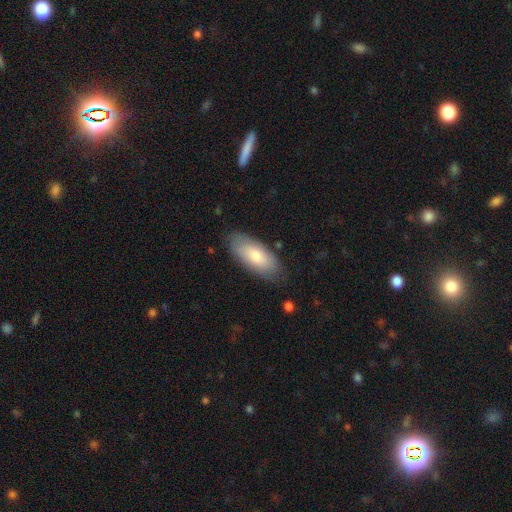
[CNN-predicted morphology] Q: Smooth or featured?
A: smooth (74%); runner-up: featured or disk (20%)
Q: How rounded?
A: in between (85%); runner-up: cigar-shaped (13%)
Q: Merging?
A: none (81%); runner-up: minor disturbance (14%)